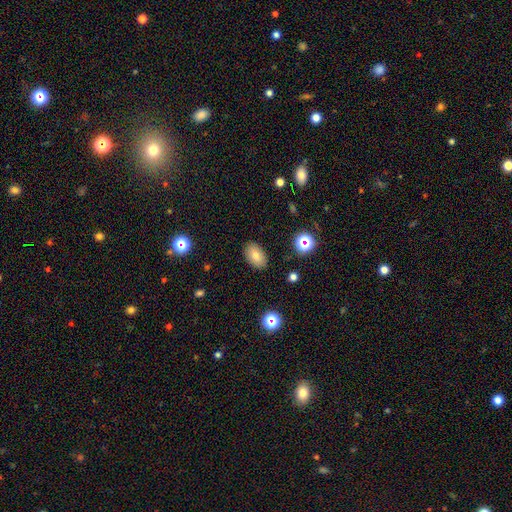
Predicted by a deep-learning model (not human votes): Smooth or featured?
  - smooth: 78% *
  - featured or disk: 11%
  - star or artifact: 11%
How rounded?
  - in between: 90% *
  - round: 9%
  - cigar-shaped: 1%
Merging?
  - none: 87% *
  - minor disturbance: 9%
  - major disturbance: 3%
  - merger: 1%